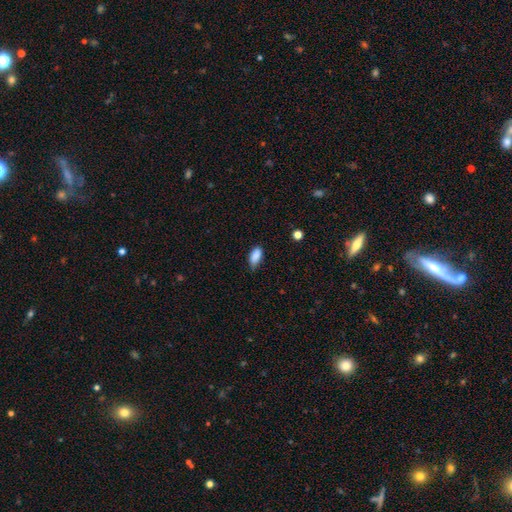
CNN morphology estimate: smooth 88%, star or artifact 8%, featured or disk 4%. Down the decision tree: how rounded — in between (91%); merging — none (66%).